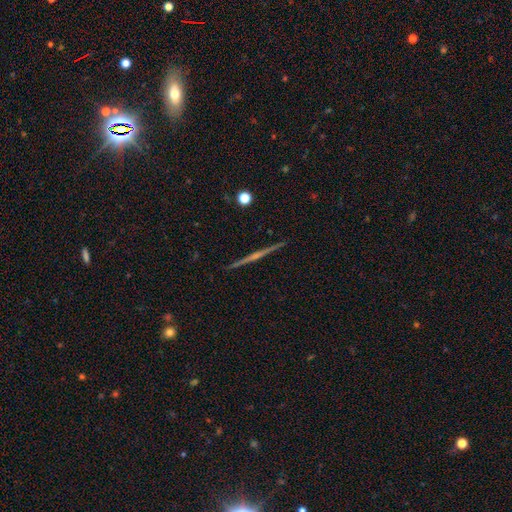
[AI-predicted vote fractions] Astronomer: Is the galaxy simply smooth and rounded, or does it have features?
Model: featured or disk — 54%.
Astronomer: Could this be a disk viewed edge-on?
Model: yes — 90%.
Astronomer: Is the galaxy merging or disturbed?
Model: none — 86%.